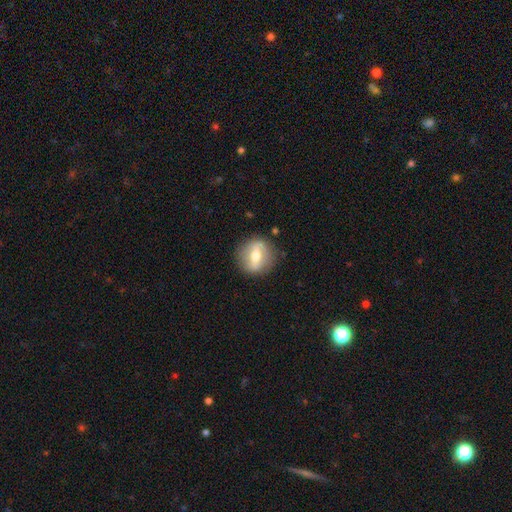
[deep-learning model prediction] Smooth or featured? featured or disk (55%)
Edge-on disk? no (77%)
Merging? none (84%)